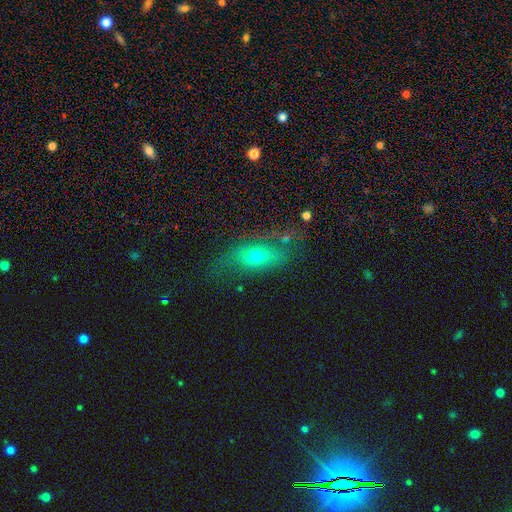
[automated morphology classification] Smooth or featured?
  - smooth: 48% *
  - featured or disk: 39%
  - star or artifact: 12%
Merging?
  - none: 56% *
  - minor disturbance: 23%
  - major disturbance: 16%
  - merger: 5%